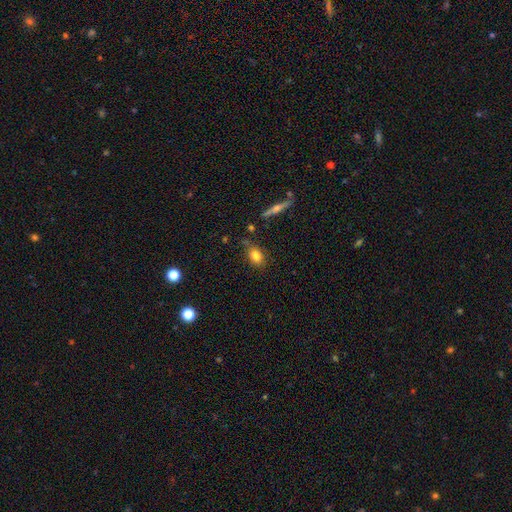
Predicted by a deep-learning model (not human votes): This appears to be a smooth galaxy with no disk features (80%) that is in between round and cigar-shaped (72%). Merging: none (71%).